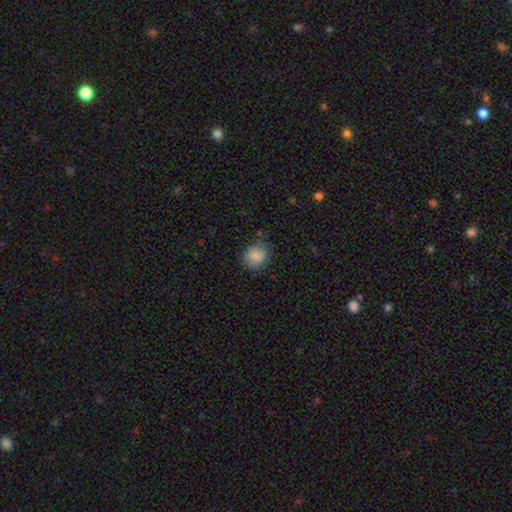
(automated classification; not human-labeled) Smooth or featured? smooth (83%)
How rounded? round (73%)
Merging? none (76%)